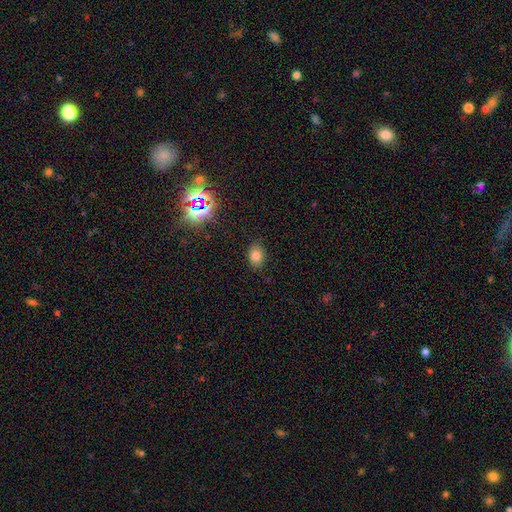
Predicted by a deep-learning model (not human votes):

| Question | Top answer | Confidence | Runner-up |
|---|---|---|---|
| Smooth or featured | smooth | 78% | star or artifact (16%) |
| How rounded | in between | 69% | round (30%) |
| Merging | none | 83% | minor disturbance (12%) |